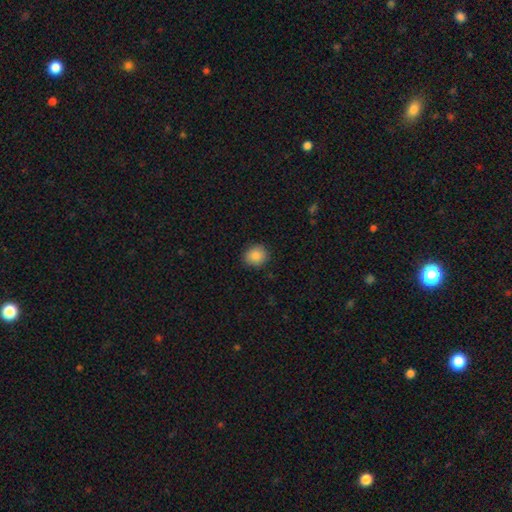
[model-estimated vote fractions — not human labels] Overall: smooth (86%). How rounded: round (77%). Merging: none (89%).